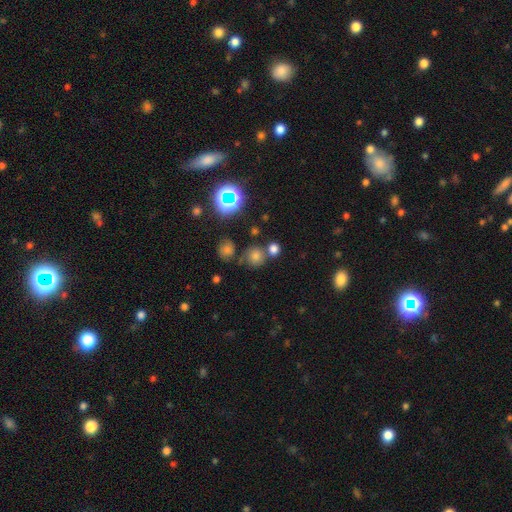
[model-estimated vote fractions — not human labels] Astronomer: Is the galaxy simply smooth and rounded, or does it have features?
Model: smooth — 64%.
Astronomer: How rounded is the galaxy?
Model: round — 89%.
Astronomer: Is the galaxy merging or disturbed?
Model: none — 69%.